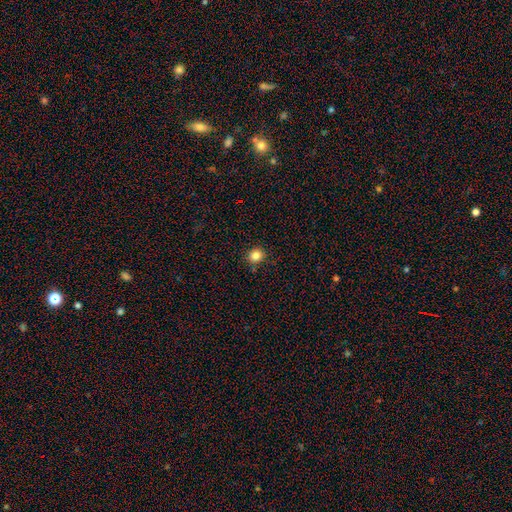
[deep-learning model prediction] Overall: smooth (83%). How rounded: round (84%). Merging: none (89%).